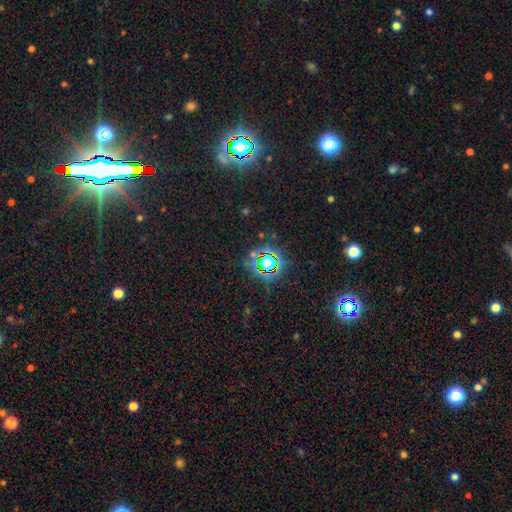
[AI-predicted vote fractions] Smooth or featured? star or artifact (79%)